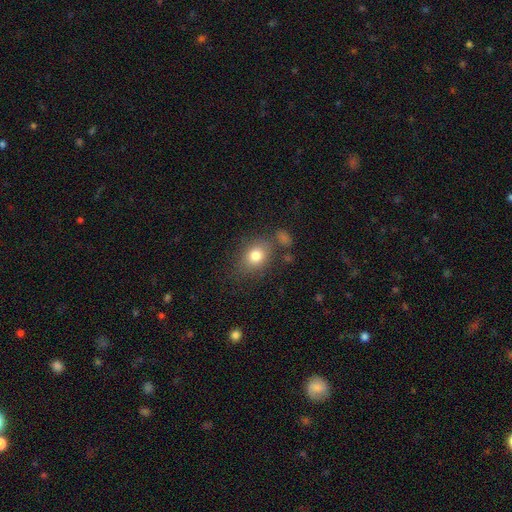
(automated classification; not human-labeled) A smooth galaxy with no disk features (79%) that is in between round and cigar-shaped (57%).

Vote fractions:
- Smooth or featured? smooth: 79% / featured or disk: 10% / star or artifact: 10%
- How rounded? in between: 57% / round: 42% / cigar-shaped: 1%
- Merging? none: 71% / minor disturbance: 16% / merger: 7% / major disturbance: 6%